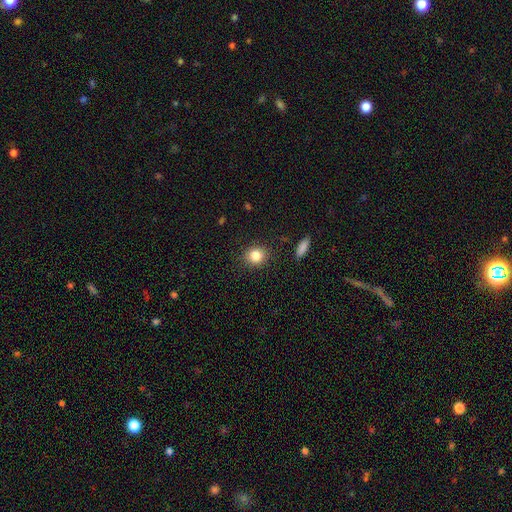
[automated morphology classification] type=smooth (83%); roundness=round (74%); merging=none (88%).